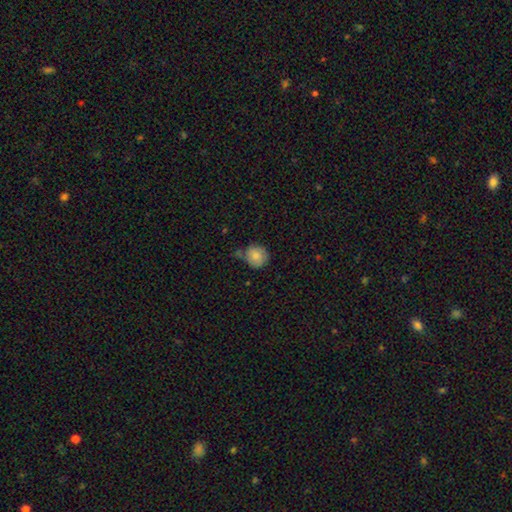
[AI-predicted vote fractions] Smooth or featured?
  - smooth: 84% *
  - featured or disk: 8%
  - star or artifact: 8%
How rounded?
  - round: 87% *
  - in between: 12%
  - cigar-shaped: 1%
Merging?
  - none: 63% *
  - minor disturbance: 24%
  - merger: 8%
  - major disturbance: 5%